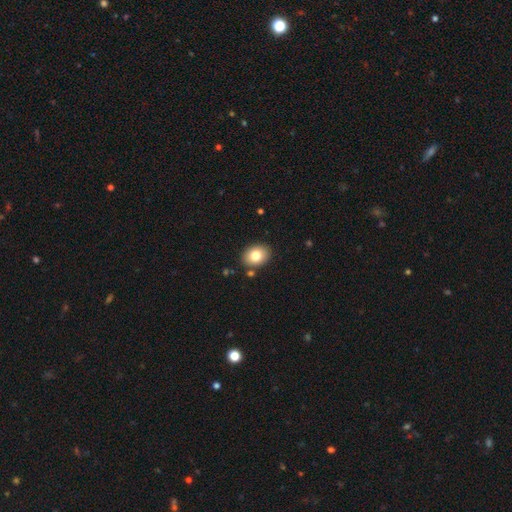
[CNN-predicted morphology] type=smooth (80%); roundness=in between (65%); merging=none (85%).